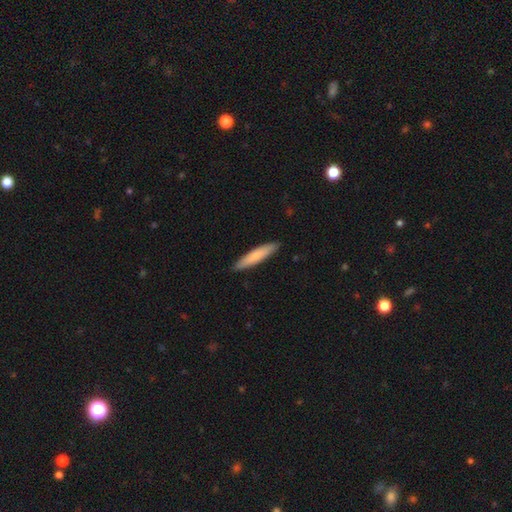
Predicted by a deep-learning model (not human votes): Smooth or featured? smooth (77%)
How rounded? cigar-shaped (87%)
Merging? none (91%)